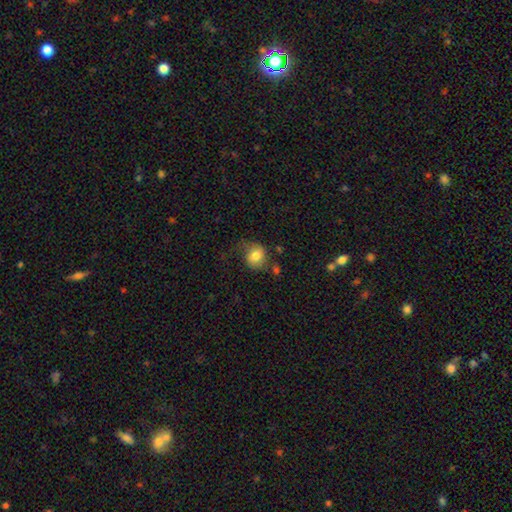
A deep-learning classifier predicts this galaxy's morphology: smooth-or-featured: smooth: 75% | featured or disk: 16% | star or artifact: 9%
  how-rounded: round: 70% | in between: 29% | cigar-shaped: 1%
  merging: none: 54% | minor disturbance: 26% | major disturbance: 15% | merger: 4%